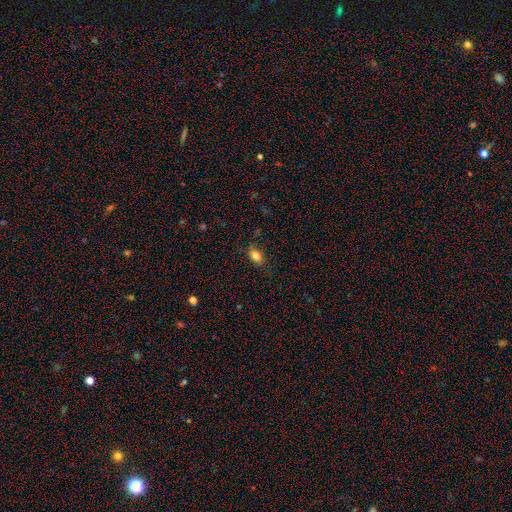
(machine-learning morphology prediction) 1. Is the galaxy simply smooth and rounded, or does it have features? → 82% smooth, 10% star or artifact, 9% featured or disk.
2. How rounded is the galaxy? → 82% in between, 15% round, 3% cigar-shaped.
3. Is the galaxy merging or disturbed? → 81% none, 14% minor disturbance, 4% major disturbance, 1% merger.